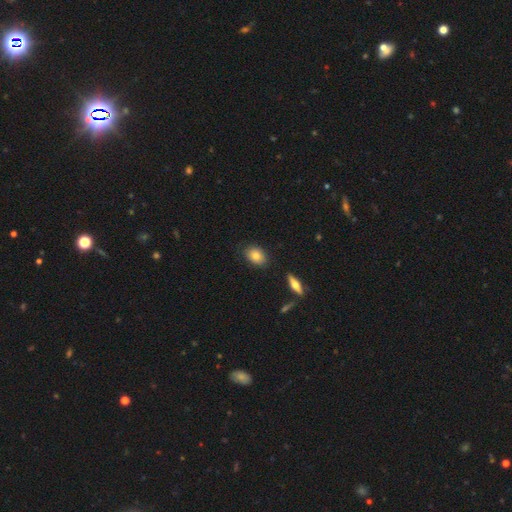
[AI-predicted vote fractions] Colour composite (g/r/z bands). It shows a smooth galaxy with no disk features (80%) that is in between round and cigar-shaped (75%). Merging: none (84%).